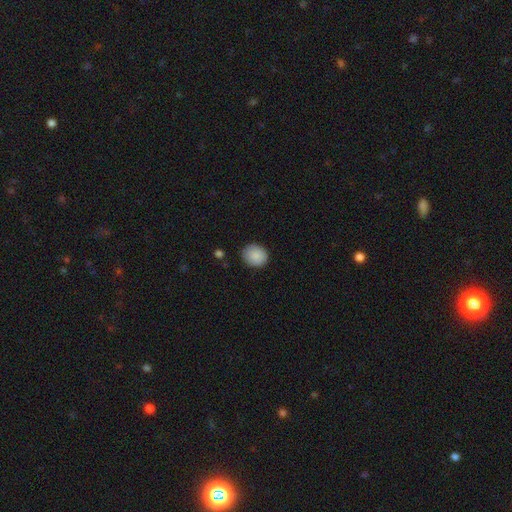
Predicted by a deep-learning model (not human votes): Morphology: type=smooth (89%); roundness=round (69%); merging=none (86%).